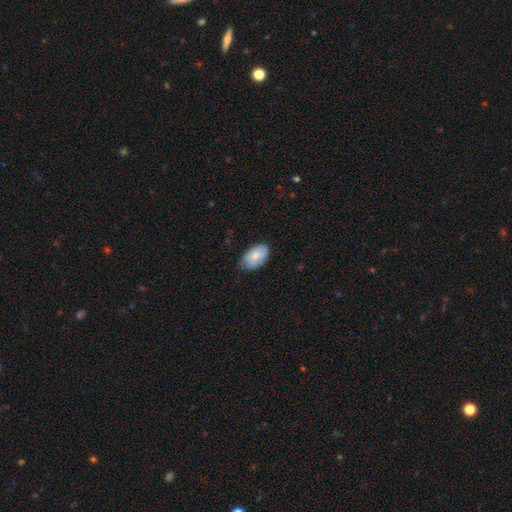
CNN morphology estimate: Smooth or featured? Predicted: smooth (p=0.78). How rounded? Predicted: in between (p=0.94). Merging? Predicted: none (p=0.68).